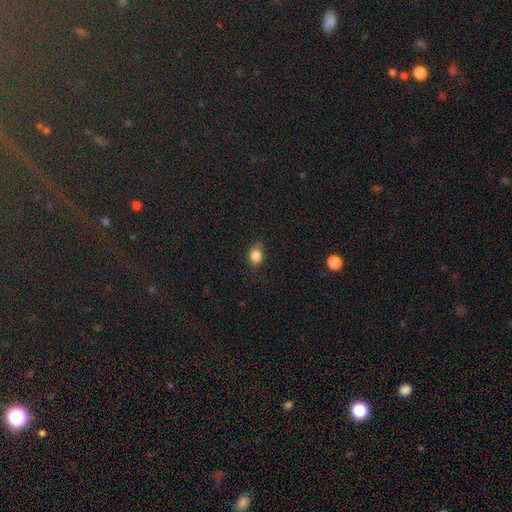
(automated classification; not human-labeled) A smooth galaxy with no disk features (83%) that is in between round and cigar-shaped (56%). Merging: none (73%).